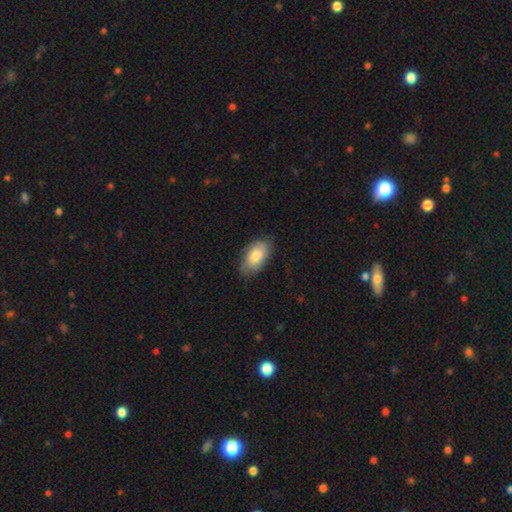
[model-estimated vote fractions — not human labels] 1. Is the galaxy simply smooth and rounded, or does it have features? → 71% smooth, 23% featured or disk, 6% star or artifact.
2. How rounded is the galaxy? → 93% in between, 5% round, 2% cigar-shaped.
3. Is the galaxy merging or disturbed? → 69% none, 24% minor disturbance, 6% major disturbance, 1% merger.